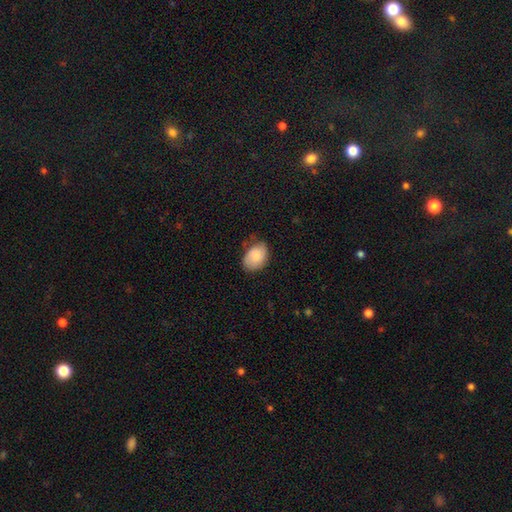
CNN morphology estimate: Smooth or featured: smooth — 79% (featured or disk — 15%)
How rounded: in between — 77% (round — 22%)
Merging: none — 63% (minor disturbance — 29%)